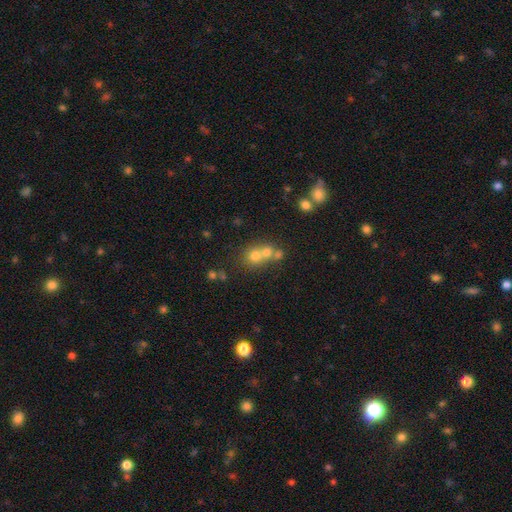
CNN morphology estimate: A smooth galaxy with no disk features (66%) that is round (81%).

Vote fractions:
- Smooth or featured? smooth: 66% / featured or disk: 17% / star or artifact: 17%
- How rounded? round: 81% / in between: 18% / cigar-shaped: 1%
- Merging? merger: 55% / none: 36% / minor disturbance: 6% / major disturbance: 3%